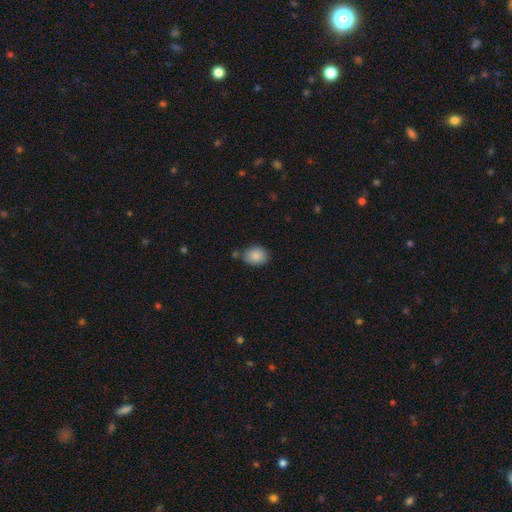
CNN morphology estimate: Smooth or featured? smooth (87%)
How rounded? in between (52%)
Merging? none (71%)